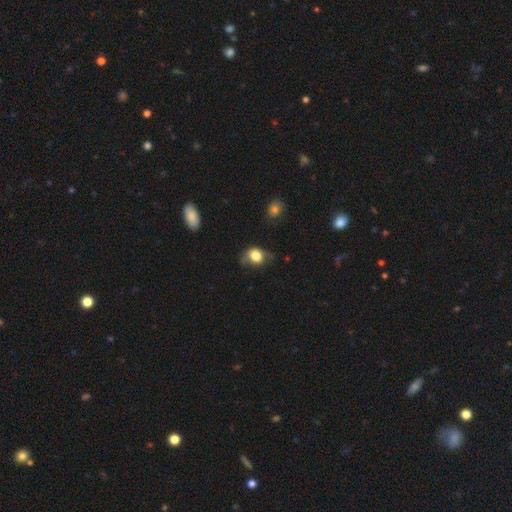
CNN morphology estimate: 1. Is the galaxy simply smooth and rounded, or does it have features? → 77% smooth, 13% featured or disk, 10% star or artifact.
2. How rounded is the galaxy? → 50% in between, 48% round, 1% cigar-shaped.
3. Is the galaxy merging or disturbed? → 49% none, 34% minor disturbance, 14% major disturbance, 3% merger.